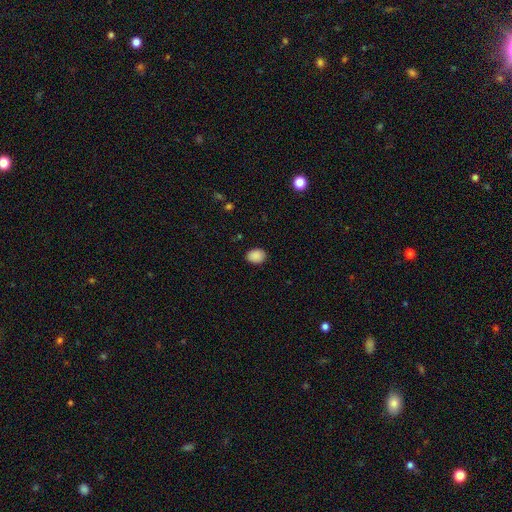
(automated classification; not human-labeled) This appears to be a smooth galaxy with no disk features (89%) that is in between round and cigar-shaped (64%). Merging: none (88%).